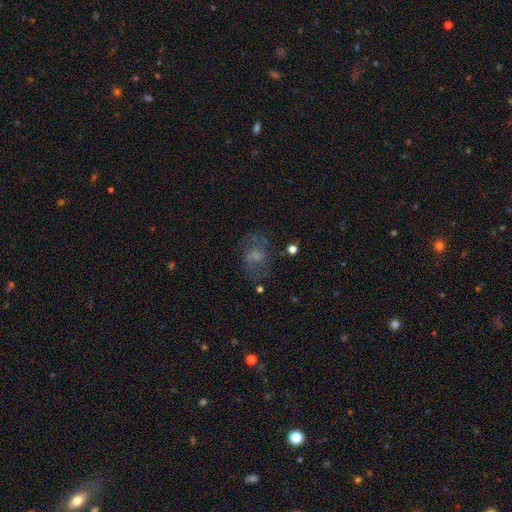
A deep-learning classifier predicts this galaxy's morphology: smooth-or-featured: featured or disk: 46% | smooth: 38% | star or artifact: 17%
  merging: none: 58% | minor disturbance: 19% | major disturbance: 19% | merger: 3%